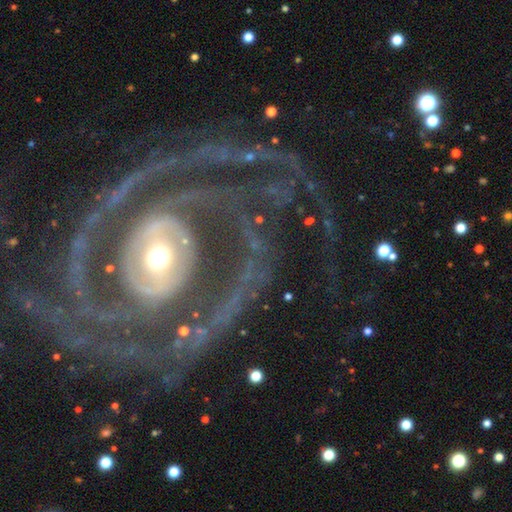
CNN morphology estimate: Smooth or featured: featured or disk — 91% (star or artifact — 5%)
Edge-on disk: no — 97% (yes — 3%)
Bar: no — 53% (weak — 24%)
Spiral arms: yes — 96% (no — 4%)
Spiral winding: tight — 64% (medium — 29%)
Spiral arm count: 2 — 39% (3 — 18%)
Bulge size: moderate — 59% (small — 25%)
Merging: none — 68% (minor disturbance — 15%)